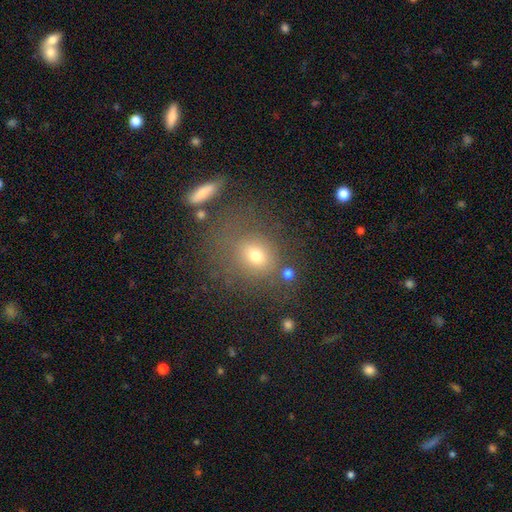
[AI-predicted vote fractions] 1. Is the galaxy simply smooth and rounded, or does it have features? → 69% smooth, 17% star or artifact, 14% featured or disk.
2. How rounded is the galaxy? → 60% round, 38% in between, 2% cigar-shaped.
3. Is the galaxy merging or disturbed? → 60% none, 16% minor disturbance, 12% merger, 12% major disturbance.